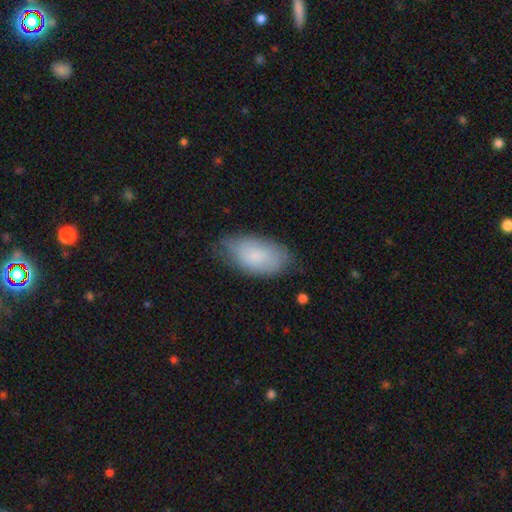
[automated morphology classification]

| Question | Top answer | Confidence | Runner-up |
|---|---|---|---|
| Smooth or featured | smooth | 77% | featured or disk (17%) |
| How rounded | in between | 95% | round (3%) |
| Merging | none | 67% | minor disturbance (26%) |